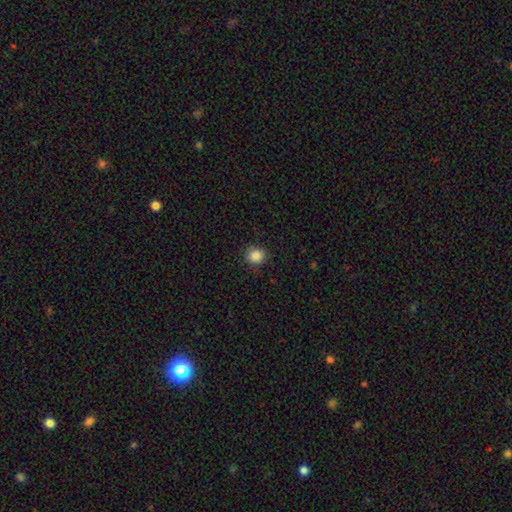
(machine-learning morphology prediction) Overall: smooth (86%). How rounded: round (87%). Merging: none (88%).